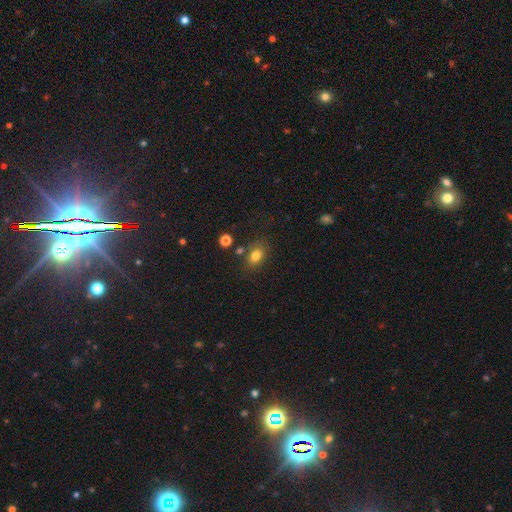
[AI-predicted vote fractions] Smooth or featured?
  - smooth: 80% *
  - star or artifact: 11%
  - featured or disk: 9%
How rounded?
  - in between: 74% *
  - round: 25%
  - cigar-shaped: 1%
Merging?
  - none: 74% *
  - minor disturbance: 14%
  - merger: 8%
  - major disturbance: 4%